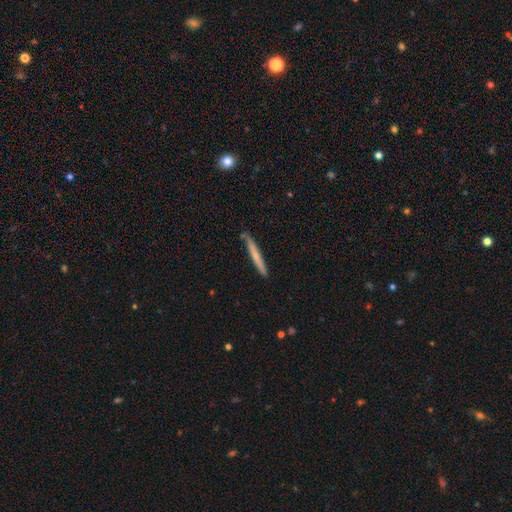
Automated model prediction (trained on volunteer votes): This is likely a smooth galaxy (62%). How rounded: clearly cigar-shaped (97%). Merging: clearly none (85%).